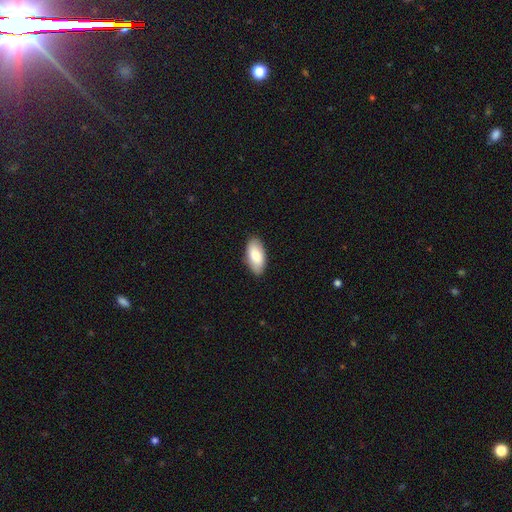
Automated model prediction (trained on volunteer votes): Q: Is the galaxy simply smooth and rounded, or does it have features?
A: smooth — 83%.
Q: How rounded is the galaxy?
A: in between — 94%.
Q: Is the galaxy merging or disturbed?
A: none — 87%.